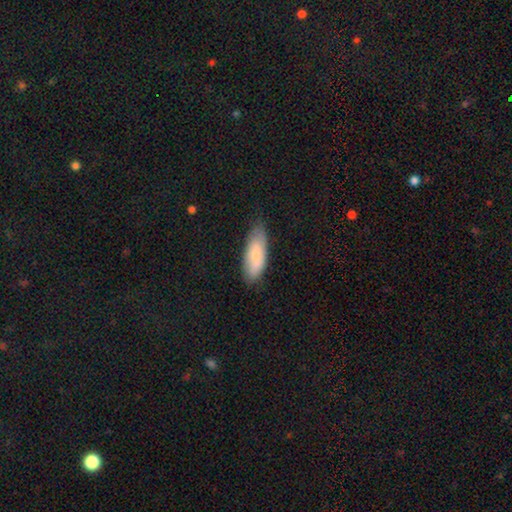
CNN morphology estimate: Smooth or featured? smooth (72%)
How rounded? in between (70%)
Merging? none (73%)